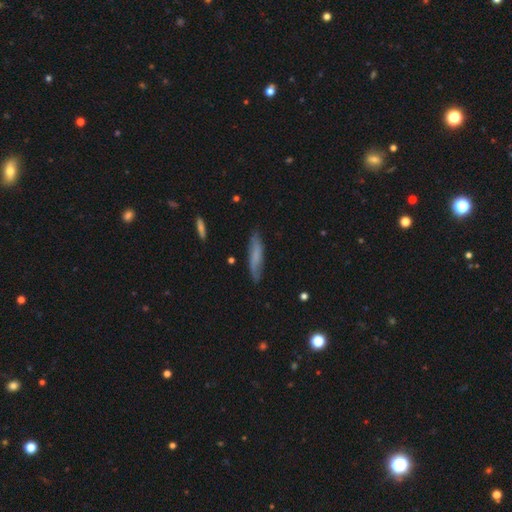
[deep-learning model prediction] A smooth galaxy with no disk features (62%) that is cigar-shaped (82%).

Vote fractions:
- Smooth or featured? smooth: 62% / featured or disk: 30% / star or artifact: 8%
- How rounded? cigar-shaped: 82% / in between: 17% / round: 2%
- Merging? none: 80% / minor disturbance: 15% / major disturbance: 3% / merger: 2%